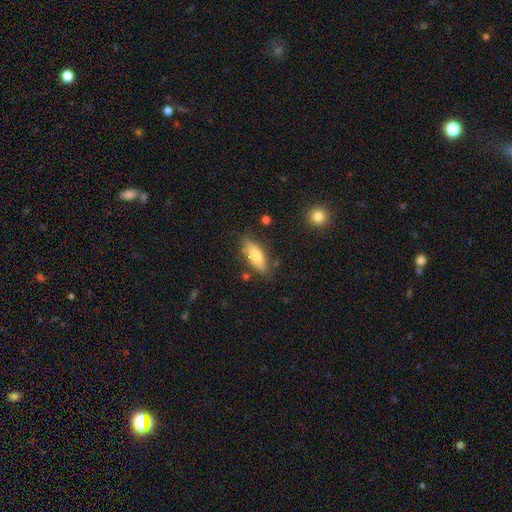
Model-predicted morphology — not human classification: smooth 74%, featured or disk 19%, star or artifact 7%. Down the decision tree: how rounded — in between (67%); merging — none (75%).